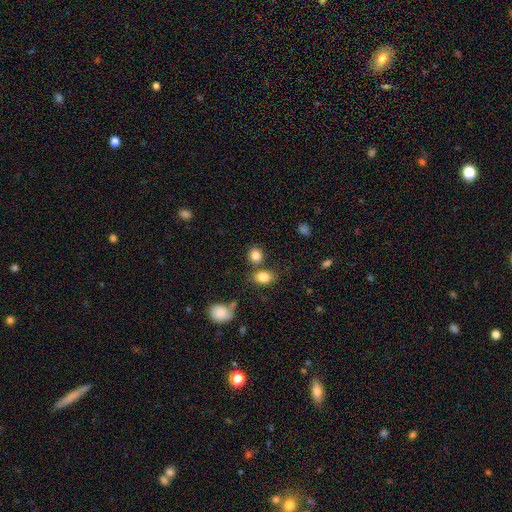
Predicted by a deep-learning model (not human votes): smooth_or_featured: smooth (p=0.83) [alt: star or artifact p=0.10]
how_rounded: round (p=0.67) [alt: in between p=0.32]
merging: none (p=0.68) [alt: merger p=0.18]